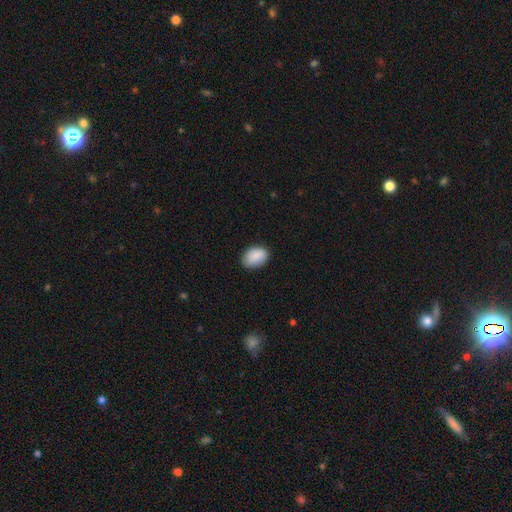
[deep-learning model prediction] smooth-or-featured: smooth: 89% | star or artifact: 7% | featured or disk: 4%
  how-rounded: in between: 80% | round: 19% | cigar-shaped: 1%
  merging: none: 81% | minor disturbance: 15% | major disturbance: 3% | merger: 1%